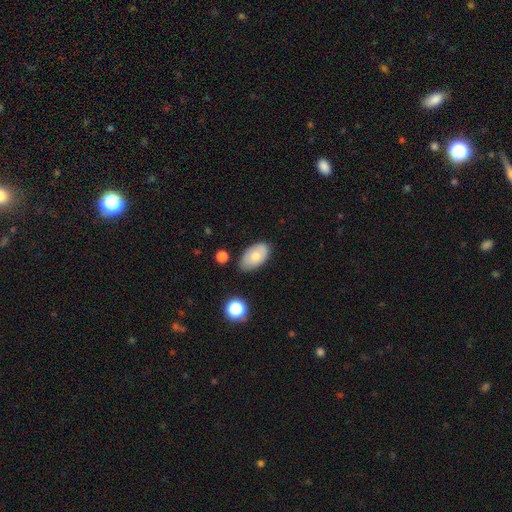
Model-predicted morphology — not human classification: Smooth or featured? smooth (66%)
How rounded? in between (93%)
Merging? none (75%)